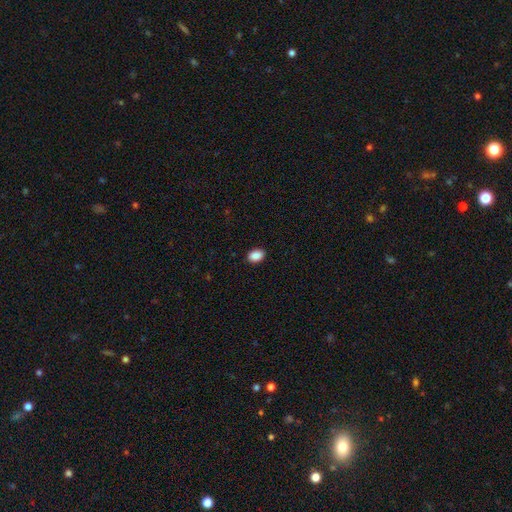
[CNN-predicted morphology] Smooth or featured? smooth (90%)
How rounded? in between (81%)
Merging? none (89%)